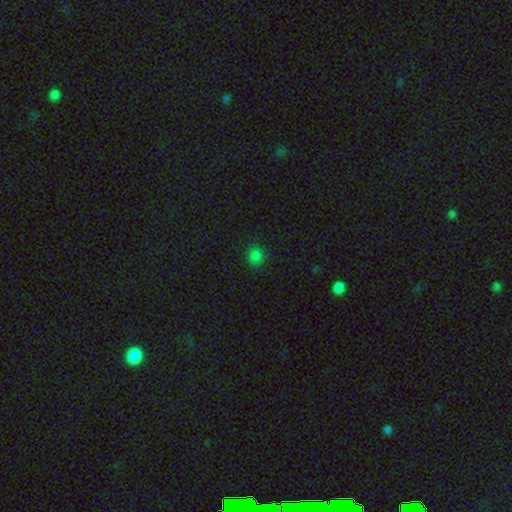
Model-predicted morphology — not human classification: Smooth or featured?
  - smooth: 80% *
  - star or artifact: 17%
  - featured or disk: 3%
How rounded?
  - round: 71% *
  - in between: 28%
  - cigar-shaped: 1%
Merging?
  - none: 85% *
  - minor disturbance: 11%
  - major disturbance: 3%
  - merger: 1%